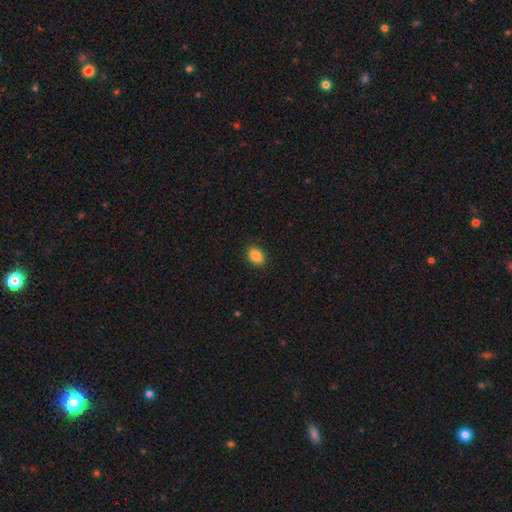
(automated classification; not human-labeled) A smooth galaxy with no disk features (88%) that is in between round and cigar-shaped (78%).

Vote fractions:
- Smooth or featured? smooth: 88% / star or artifact: 8% / featured or disk: 4%
- How rounded? in between: 78% / round: 20% / cigar-shaped: 1%
- Merging? none: 88% / minor disturbance: 9% / major disturbance: 2% / merger: 1%